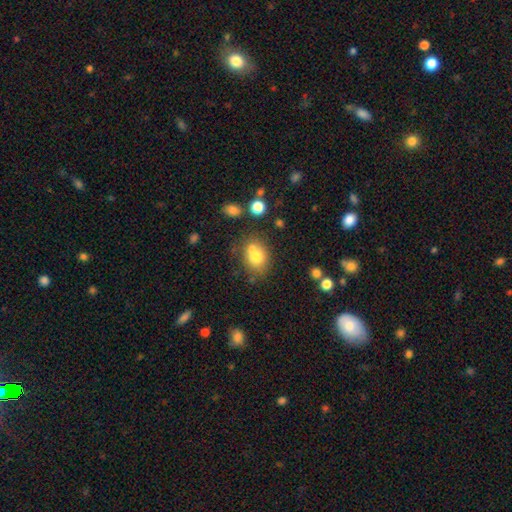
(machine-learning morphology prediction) Q: Smooth or featured?
A: smooth (73%); runner-up: featured or disk (15%)
Q: How rounded?
A: round (54%); runner-up: in between (45%)
Q: Merging?
A: none (52%); runner-up: merger (28%)